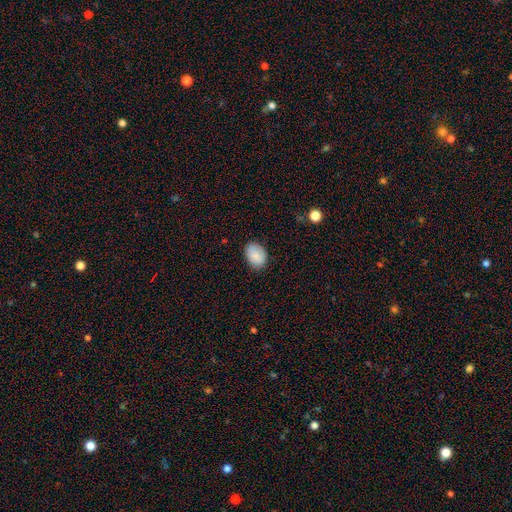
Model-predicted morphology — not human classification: Overall: smooth (87%). How rounded: in between (78%). Merging: none (82%).